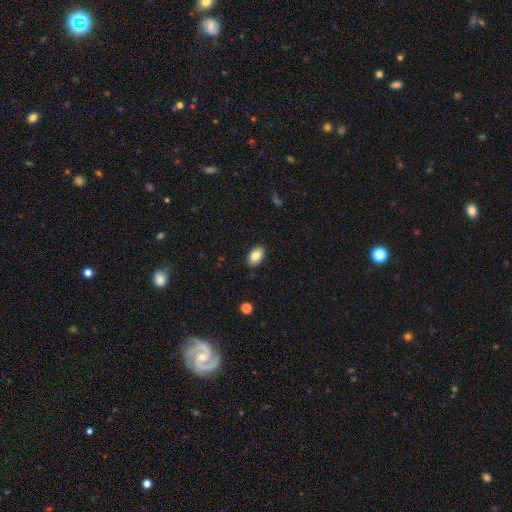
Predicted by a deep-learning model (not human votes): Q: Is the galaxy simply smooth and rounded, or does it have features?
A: smooth — 84%.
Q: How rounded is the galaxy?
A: in between — 91%.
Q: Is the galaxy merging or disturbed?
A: none — 88%.